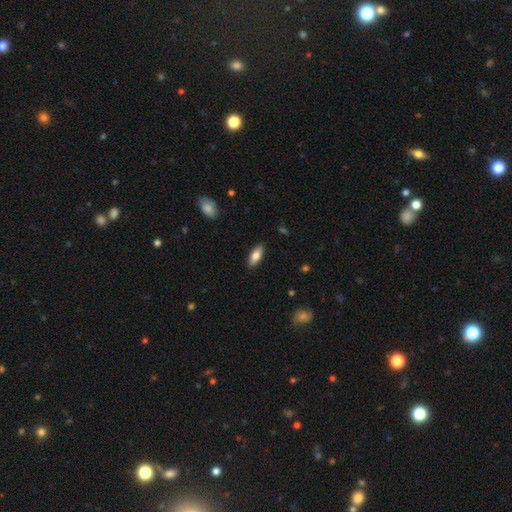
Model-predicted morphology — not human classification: This is clearly a smooth galaxy (80%). How rounded: likely in between (78%). Merging: clearly none (89%).